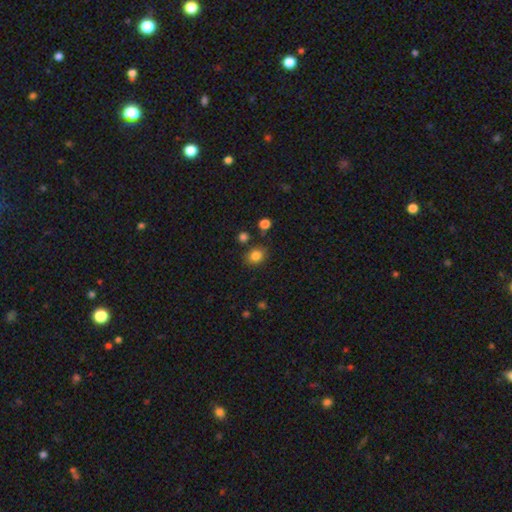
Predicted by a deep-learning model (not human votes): Smooth or featured?
  - smooth: 83% *
  - star or artifact: 11%
  - featured or disk: 6%
How rounded?
  - round: 61% *
  - in between: 39%
  - cigar-shaped: 1%
Merging?
  - none: 80% *
  - minor disturbance: 12%
  - merger: 5%
  - major disturbance: 3%